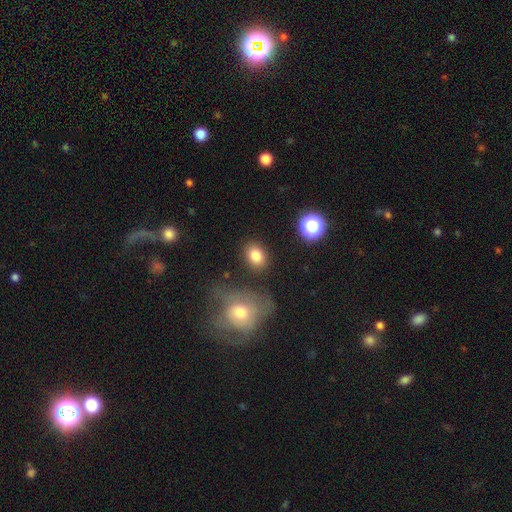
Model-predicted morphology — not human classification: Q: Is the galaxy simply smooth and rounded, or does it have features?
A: smooth — 82%.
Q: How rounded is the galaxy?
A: in between — 64%.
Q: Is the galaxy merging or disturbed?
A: none — 82%.